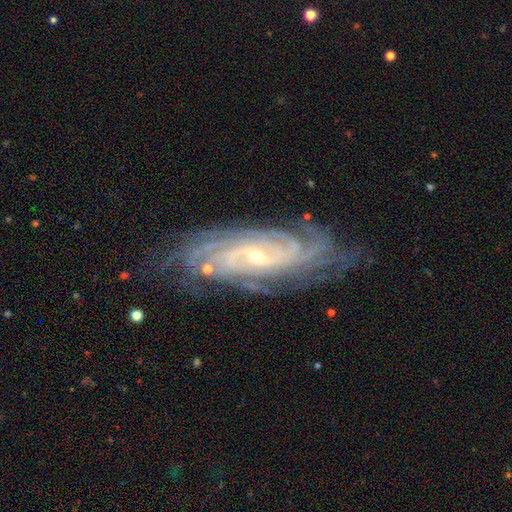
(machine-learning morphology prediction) A featured or disk galaxy (90%) with no bar (49%), 4 (23%, tied with can't tell) tight (73%) spiral arms (98%) and a small central bulge (73%). Merging: none (78%).